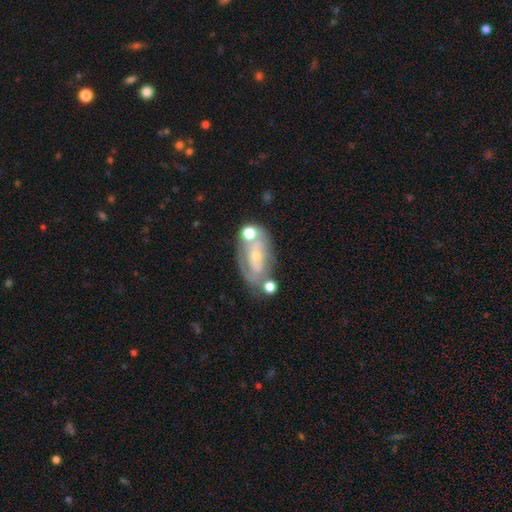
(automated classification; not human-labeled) featured or disk 76%, smooth 16%, star or artifact 8%. Down the decision tree: edge-on disk — no (94%); bar — no (60%); spiral arms — yes (77%); spiral arm count — 2 (50%); spiral winding — tight (55%); bulge size — small (61%); merging — none (55%).